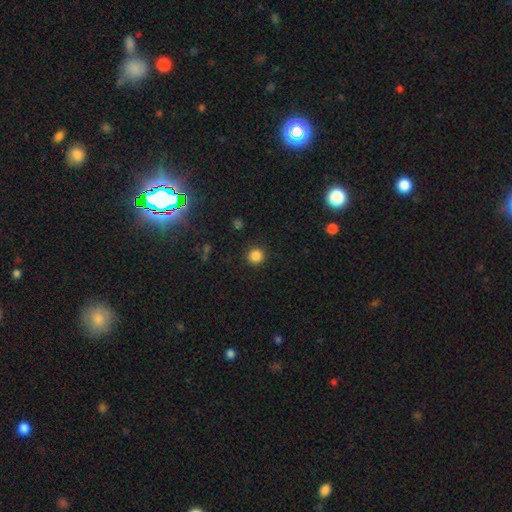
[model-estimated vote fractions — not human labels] smooth-or-featured: smooth: 85% | star or artifact: 12% | featured or disk: 3%
  how-rounded: round: 95% | in between: 4% | cigar-shaped: 1%
  merging: none: 92% | minor disturbance: 5% | major disturbance: 2% | merger: 1%